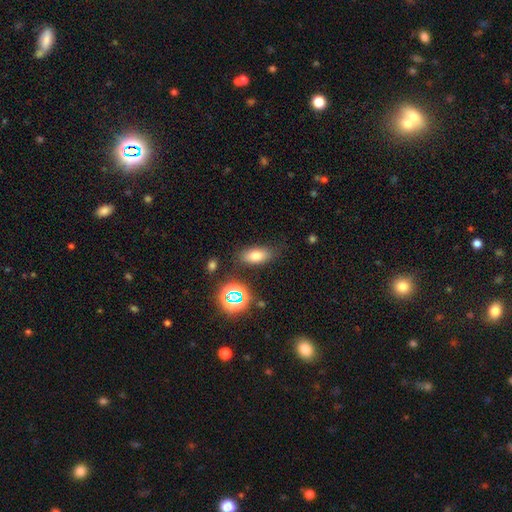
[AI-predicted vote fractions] Q: Smooth or featured?
A: smooth (70%); runner-up: star or artifact (16%)
Q: How rounded?
A: in between (83%); runner-up: cigar-shaped (9%)
Q: Merging?
A: none (79%); runner-up: minor disturbance (13%)